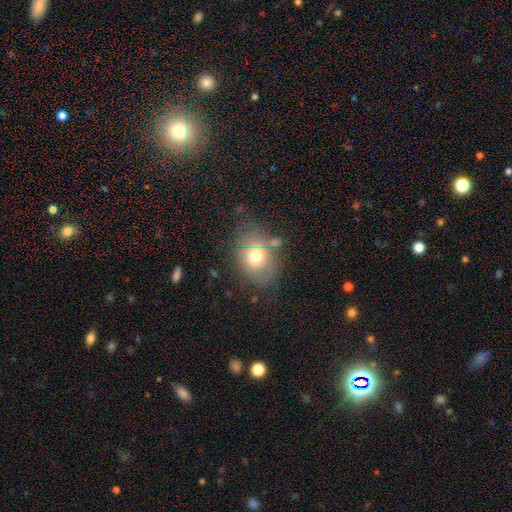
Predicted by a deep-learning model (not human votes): Smooth or featured: smooth — 67% (featured or disk — 21%)
How rounded: in between — 59% (round — 40%)
Merging: none — 55% (minor disturbance — 25%)